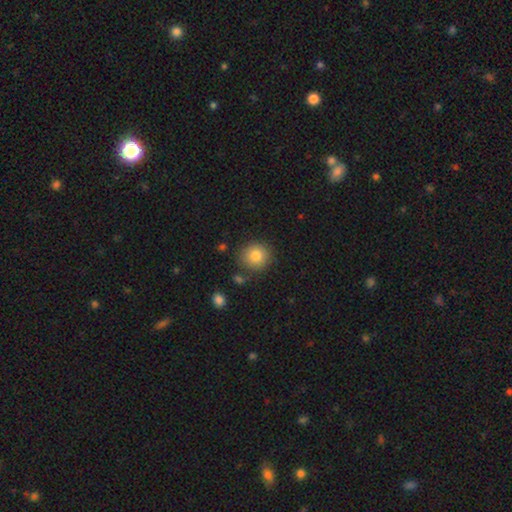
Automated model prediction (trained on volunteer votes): The model was most divided on "merging": none: 83%, minor disturbance: 11%, merger: 4%, major disturbance: 3%. More confident: how rounded — round (89%); smooth or featured — smooth (83%).